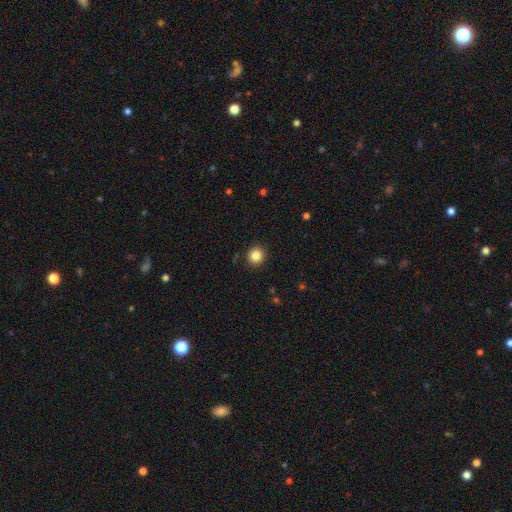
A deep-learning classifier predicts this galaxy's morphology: This is clearly a smooth galaxy (84%). How rounded: clearly round (90%). Merging: clearly none (91%).